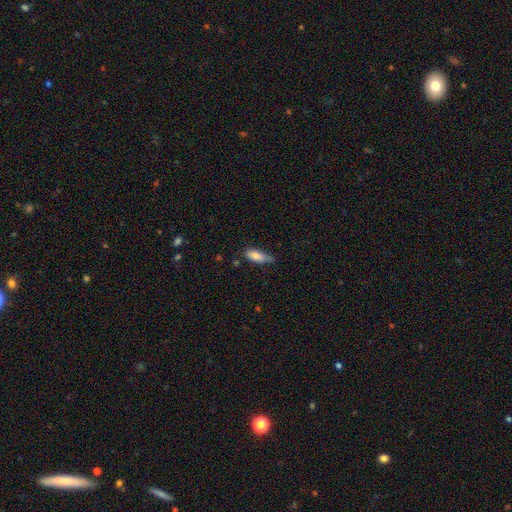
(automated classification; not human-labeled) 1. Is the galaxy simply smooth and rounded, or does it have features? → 80% smooth, 13% featured or disk, 7% star or artifact.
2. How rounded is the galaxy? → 64% in between, 34% cigar-shaped, 2% round.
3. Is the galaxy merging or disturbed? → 53% none, 37% minor disturbance, 8% major disturbance, 3% merger.